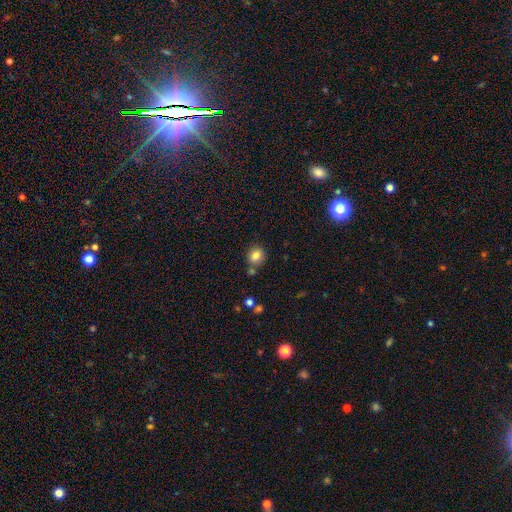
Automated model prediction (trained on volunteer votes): Smooth or featured? Predicted: smooth (p=0.82). How rounded? Predicted: round (p=0.78). Merging? Predicted: none (p=0.73).